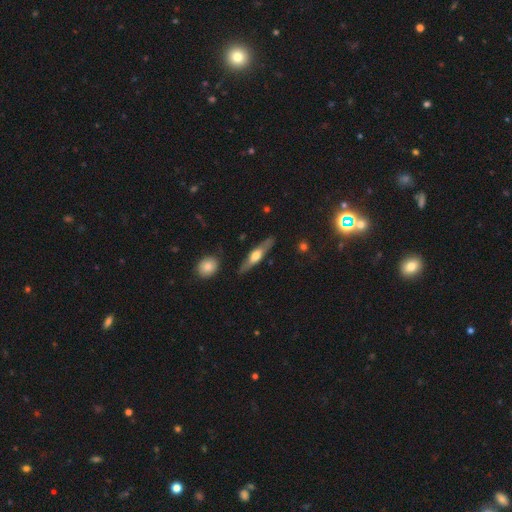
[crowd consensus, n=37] Morphology: type=featured or disk (57%); edge-on=yes (81%); edge-on bulge=rounded (76%); merging=none (80%).